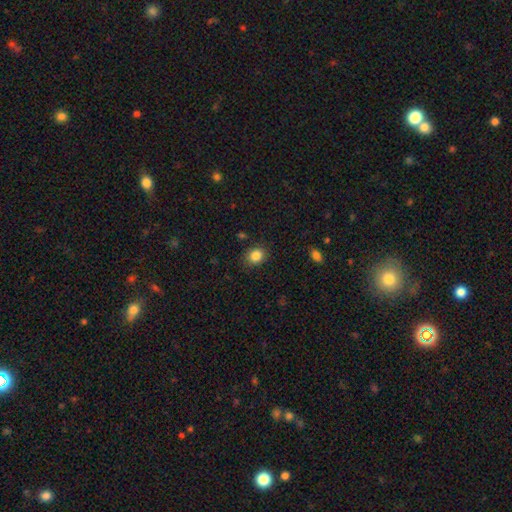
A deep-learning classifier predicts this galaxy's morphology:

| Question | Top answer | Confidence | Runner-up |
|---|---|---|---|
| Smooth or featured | smooth | 85% | star or artifact (10%) |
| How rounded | round | 54% | in between (45%) |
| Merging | none | 84% | minor disturbance (12%) |